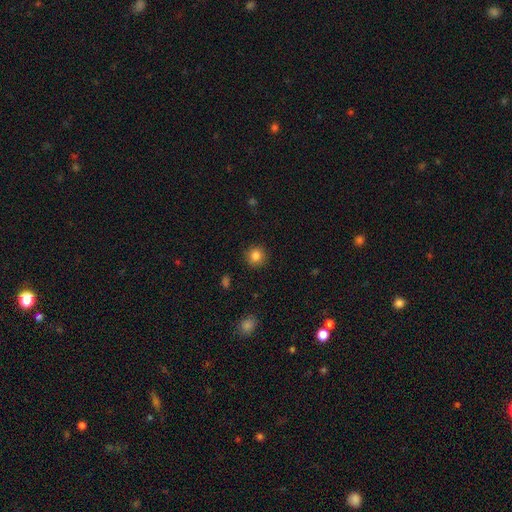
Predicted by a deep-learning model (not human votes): Q: Smooth or featured?
A: smooth (84%); runner-up: star or artifact (11%)
Q: How rounded?
A: round (91%); runner-up: in between (9%)
Q: Merging?
A: none (90%); runner-up: minor disturbance (7%)